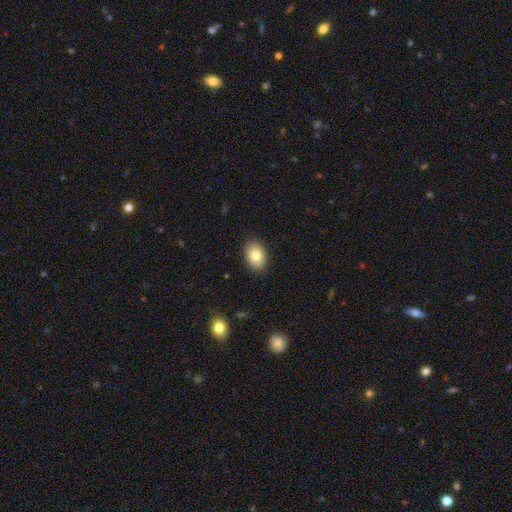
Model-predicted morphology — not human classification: Smooth or featured: smooth — 82% (featured or disk — 10%)
How rounded: in between — 79% (round — 20%)
Merging: none — 89% (minor disturbance — 8%)